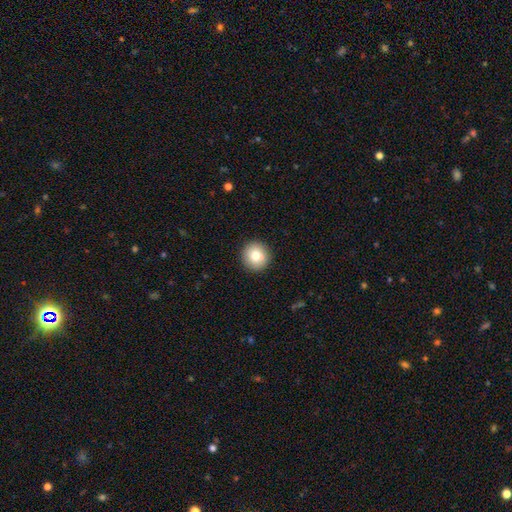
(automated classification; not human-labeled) This is likely a smooth galaxy (79%). How rounded: clearly round (95%). Merging: clearly none (91%).